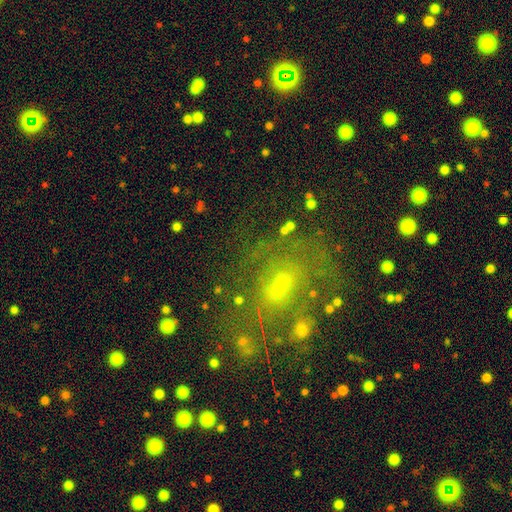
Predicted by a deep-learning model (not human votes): The model was most divided on "smooth or featured": featured or disk: 39%, smooth: 36%, star or artifact: 25%. More confident: merging — none (66%).